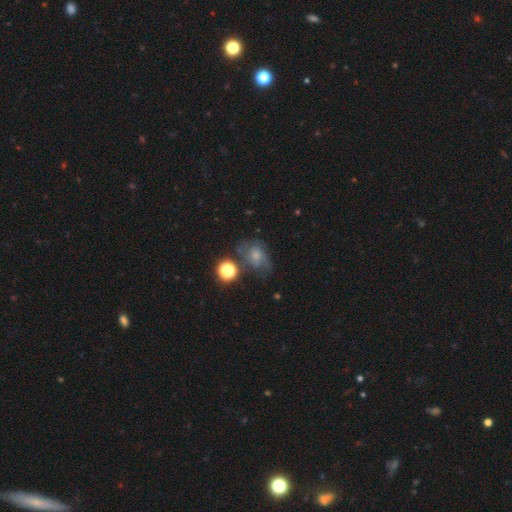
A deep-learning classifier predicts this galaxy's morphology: This is possibly a smooth galaxy (46%). Merging: marginally none (40%).